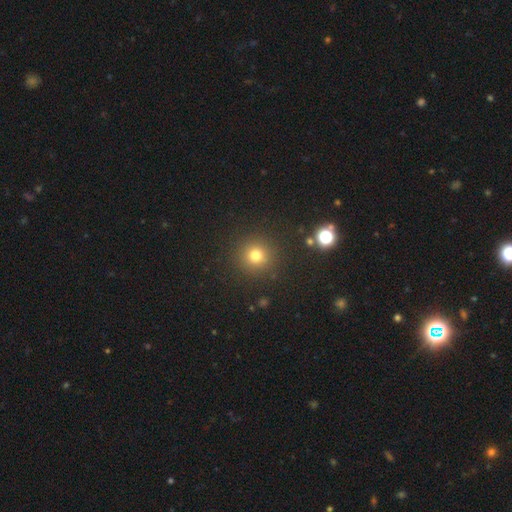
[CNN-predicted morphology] smooth 76%, star or artifact 18%, featured or disk 6%. Down the decision tree: how rounded — round (94%); merging — none (90%).